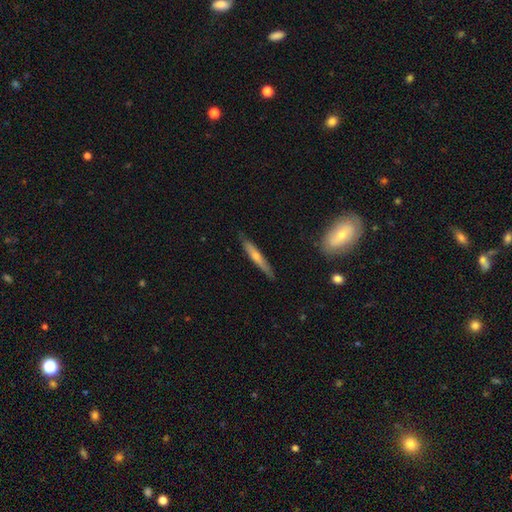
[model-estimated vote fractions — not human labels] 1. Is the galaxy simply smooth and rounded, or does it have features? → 48% featured or disk, 46% smooth, 6% star or artifact.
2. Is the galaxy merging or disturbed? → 85% none, 12% minor disturbance, 2% major disturbance, 2% merger.